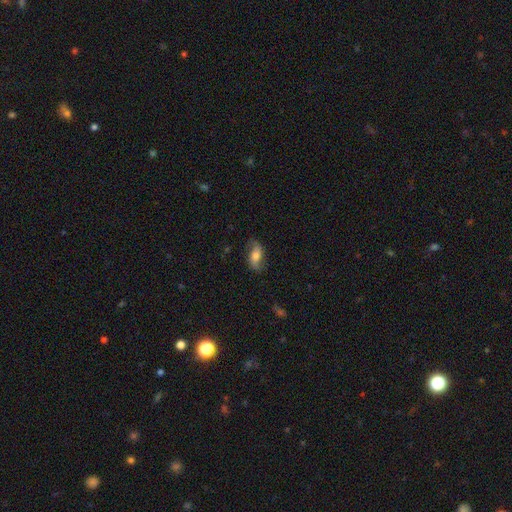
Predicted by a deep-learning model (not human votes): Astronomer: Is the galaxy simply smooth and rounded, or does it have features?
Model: smooth — 50% (runner-up: featured or disk, 42%).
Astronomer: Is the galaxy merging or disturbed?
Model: none — 74%.